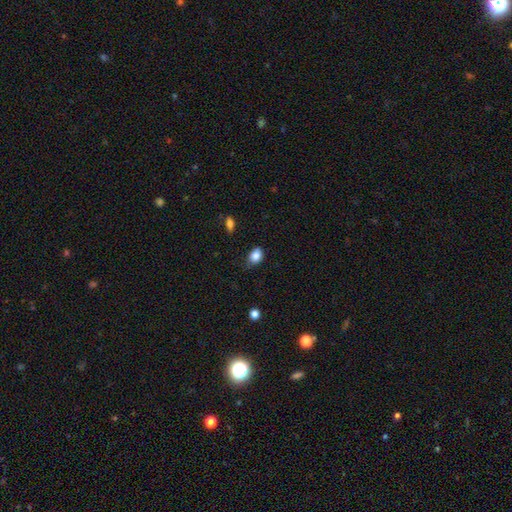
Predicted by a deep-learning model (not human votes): smooth 84%, star or artifact 9%, featured or disk 6%. Down the decision tree: how rounded — in between (68%); merging — none (60%).